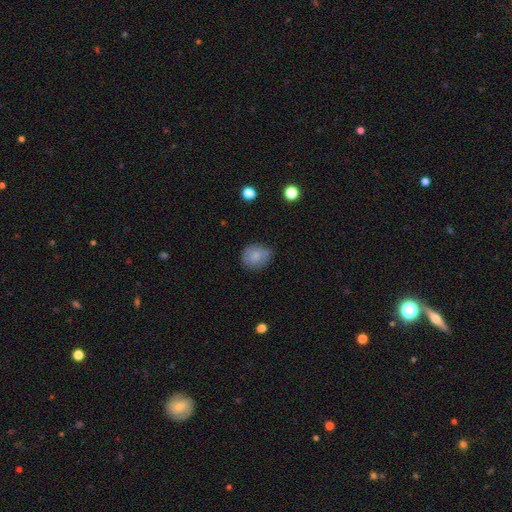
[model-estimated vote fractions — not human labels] This appears to be a smooth galaxy with no disk features (79%) that is round (63%). Merging: none (69%).